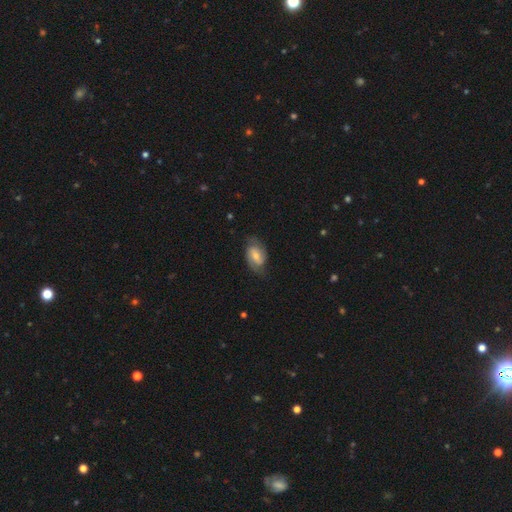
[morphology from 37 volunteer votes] A featured or disk galaxy (68%) with a weak bar (65%), 2 (92%) loose (46%) spiral arms (65%) and a moderate central bulge (70%).

Vote fractions:
- Smooth or featured? featured or disk: 68% / smooth: 27% / star or artifact: 5%
- Edge-on disk? no: 80% / yes: 20%
- Bar? weak: 65% / strong: 20% / no: 15%
- Spiral arms? yes: 65% / no: 35%
- Spiral winding? loose: 46% / medium: 38% / tight: 15%
- Spiral arm count? 2: 92% / can't tell: 8% / 1: 0% / 3: 0% / 4: 0% / more than 4: 0%
- Bulge size? moderate: 70% / small: 25% / dominant: 5% / large: 0% / none: 0%
- Merging? none: 54% / major disturbance: 26% / minor disturbance: 20% / merger: 0%